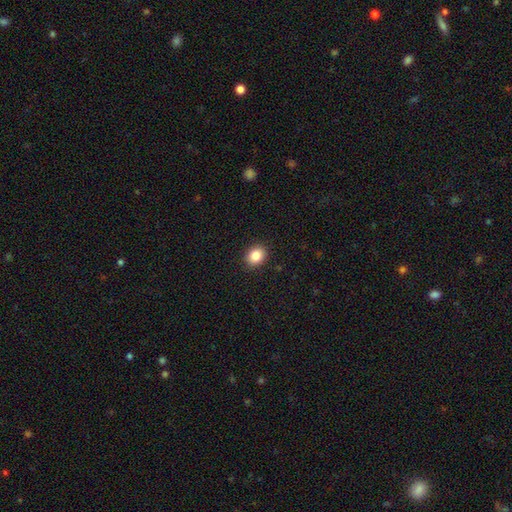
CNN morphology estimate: The model was most divided on "how rounded": round: 58%, in between: 42%, cigar-shaped: 1%. More confident: merging — none (91%); smooth or featured — smooth (85%).